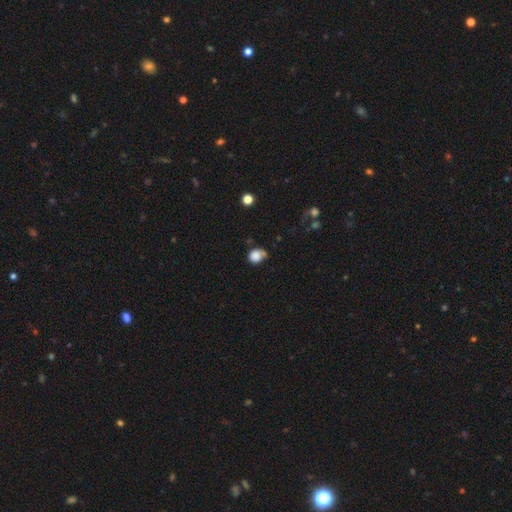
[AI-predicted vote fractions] A smooth galaxy with no disk features (83%) that is round (70%).

Vote fractions:
- Smooth or featured? smooth: 83% / star or artifact: 10% / featured or disk: 7%
- How rounded? round: 70% / in between: 29% / cigar-shaped: 1%
- Merging? none: 47% / minor disturbance: 32% / major disturbance: 12% / merger: 9%